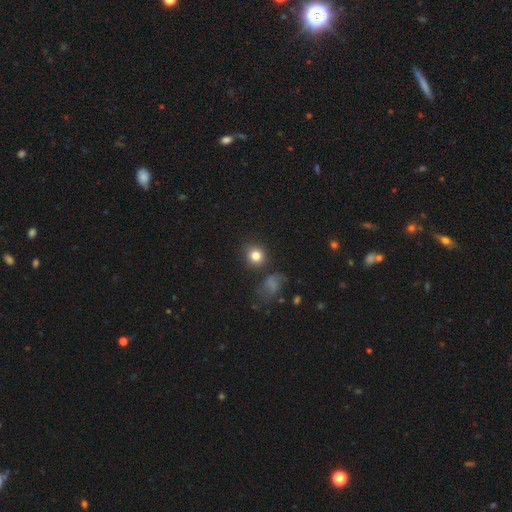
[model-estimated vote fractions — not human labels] A smooth galaxy with no disk features (80%) that is round (85%).

Vote fractions:
- Smooth or featured? smooth: 80% / star or artifact: 12% / featured or disk: 8%
- How rounded? round: 85% / in between: 14% / cigar-shaped: 1%
- Merging? none: 79% / minor disturbance: 12% / merger: 6% / major disturbance: 4%